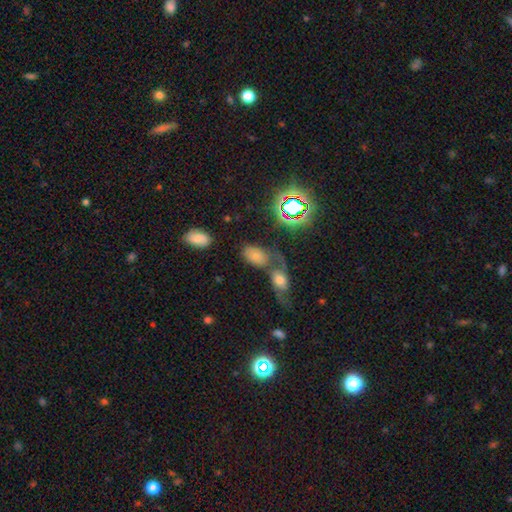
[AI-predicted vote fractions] smooth 64%, star or artifact 20%, featured or disk 16%. Down the decision tree: how rounded — in between (90%); merging — none (42%).